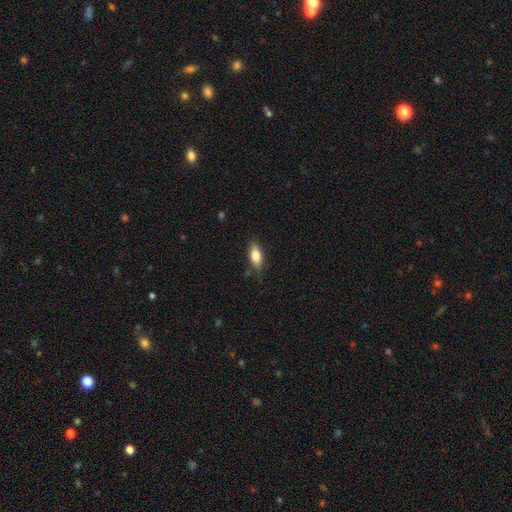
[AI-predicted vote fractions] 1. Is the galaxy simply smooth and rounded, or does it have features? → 81% smooth, 12% featured or disk, 7% star or artifact.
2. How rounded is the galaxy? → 81% in between, 16% cigar-shaped, 3% round.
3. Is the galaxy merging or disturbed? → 79% none, 16% minor disturbance, 3% major disturbance, 1% merger.